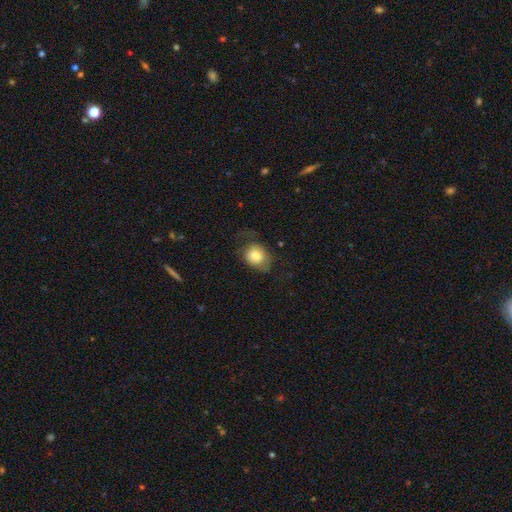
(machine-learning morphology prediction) smooth-or-featured: smooth: 77% | featured or disk: 16% | star or artifact: 8%
  how-rounded: in between: 50% | round: 49% | cigar-shaped: 1%
  merging: none: 48% | minor disturbance: 27% | major disturbance: 24% | merger: 2%